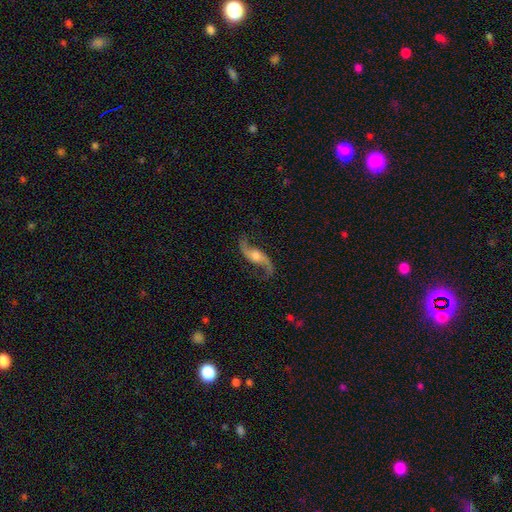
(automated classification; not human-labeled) Smooth or featured? Predicted: featured or disk (p=0.89). Edge-on disk? Predicted: no (p=0.91). Bar? Predicted: no (p=0.56). Spiral arms? Predicted: yes (p=0.97). Spiral winding? Predicted: loose (p=0.83). Spiral arm count? Predicted: 2 (p=0.94). Bulge size? Predicted: moderate (p=0.57). Merging? Predicted: none (p=0.80).